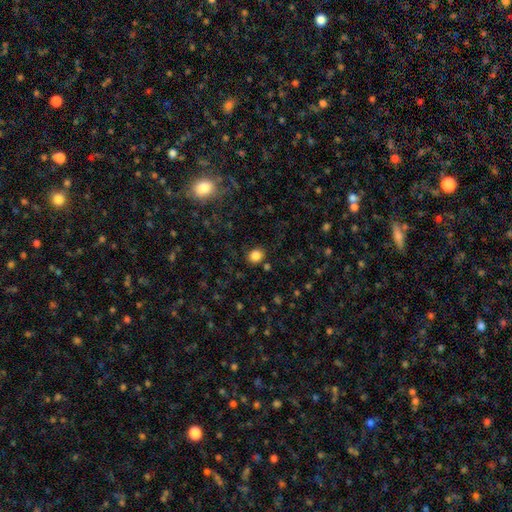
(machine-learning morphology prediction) Overall: smooth (84%). How rounded: round (76%). Merging: none (87%).